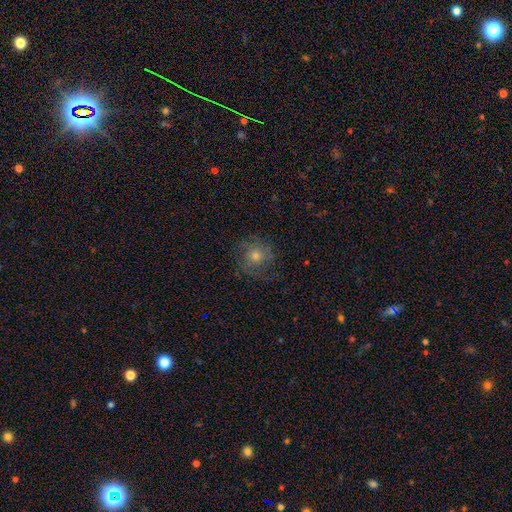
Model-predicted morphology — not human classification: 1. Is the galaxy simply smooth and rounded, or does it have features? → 48% featured or disk, 36% smooth, 17% star or artifact.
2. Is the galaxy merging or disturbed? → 75% none, 15% minor disturbance, 9% major disturbance, 1% merger.